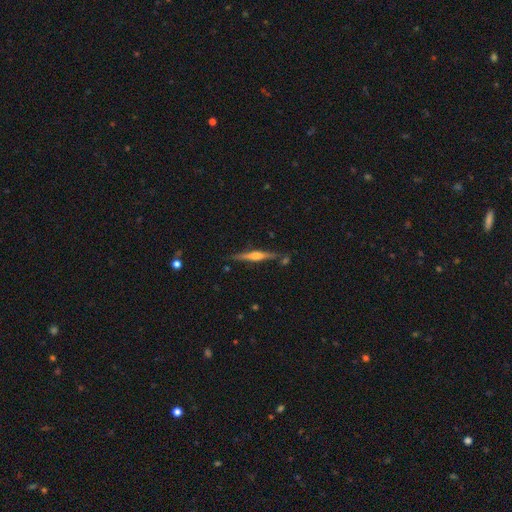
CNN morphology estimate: Smooth or featured? Predicted: featured or disk (p=0.70). Edge-on disk? Predicted: yes (p=0.98). Edge-on bulge? Predicted: rounded (p=0.84). Merging? Predicted: none (p=0.83).